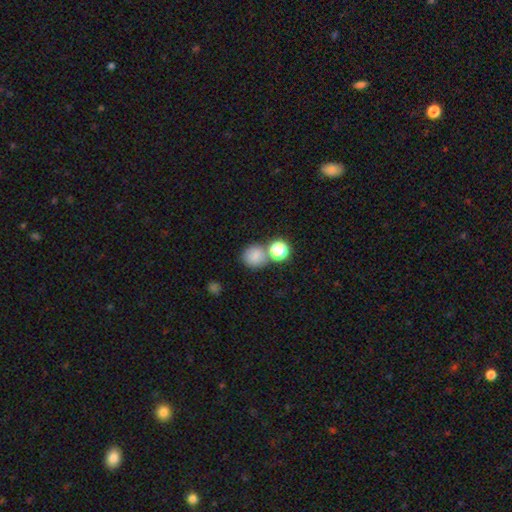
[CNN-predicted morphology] Smooth or featured: smooth — 77% (star or artifact — 15%)
How rounded: round — 84% (in between — 15%)
Merging: none — 64% (merger — 22%)